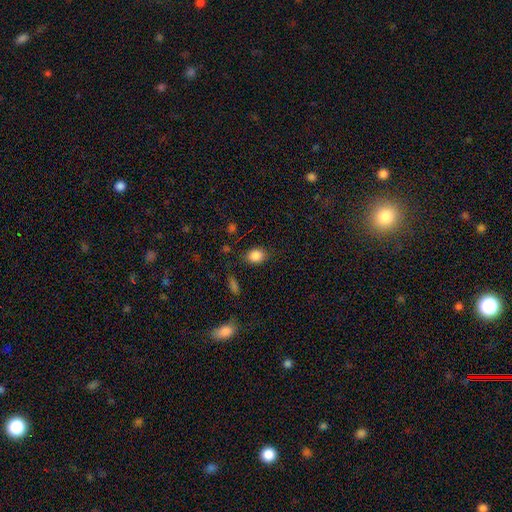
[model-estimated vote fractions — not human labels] This is clearly a smooth galaxy (86%). How rounded: likely in between (61%). Merging: clearly none (81%).